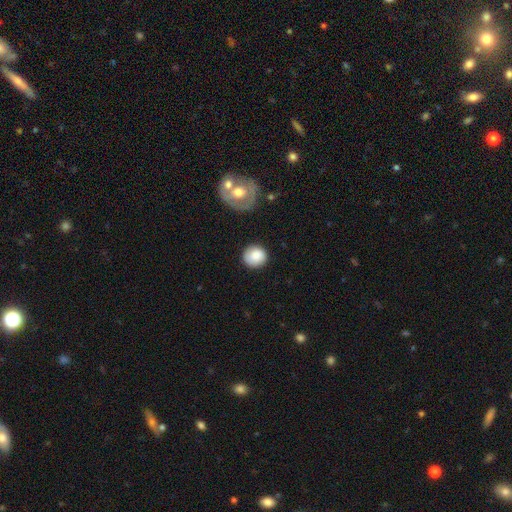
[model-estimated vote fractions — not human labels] Smooth or featured: smooth — 82% (featured or disk — 11%)
How rounded: round — 90% (in between — 9%)
Merging: none — 82% (minor disturbance — 12%)